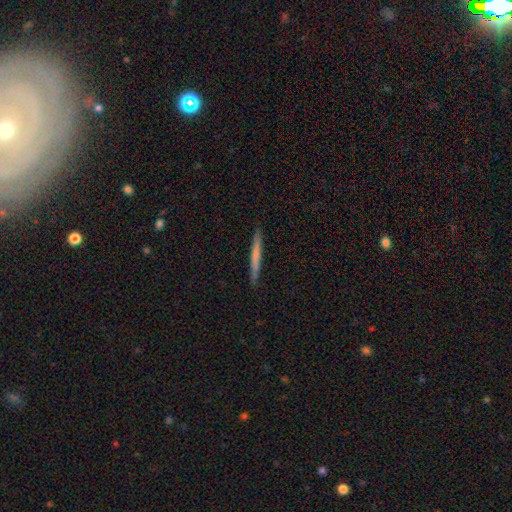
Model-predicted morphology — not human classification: A smooth galaxy with no disk features (61%) that is cigar-shaped (97%). Merging: none (92%).